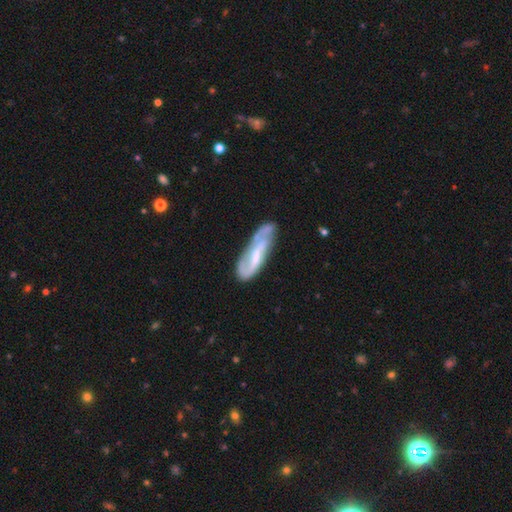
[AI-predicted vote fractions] Smooth or featured? featured or disk (67%)
Edge-on disk? no (85%)
Bar? weak (41%)
Spiral arms? yes (82%)
Bulge size? small (38%)
Merging? none (55%)